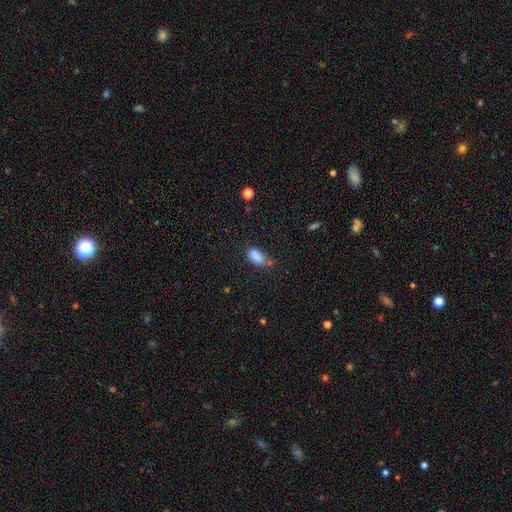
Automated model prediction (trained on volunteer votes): Smooth or featured?
  - smooth: 81% *
  - star or artifact: 11%
  - featured or disk: 8%
How rounded?
  - in between: 87% *
  - cigar-shaped: 7%
  - round: 6%
Merging?
  - none: 49% *
  - minor disturbance: 27%
  - merger: 13%
  - major disturbance: 10%